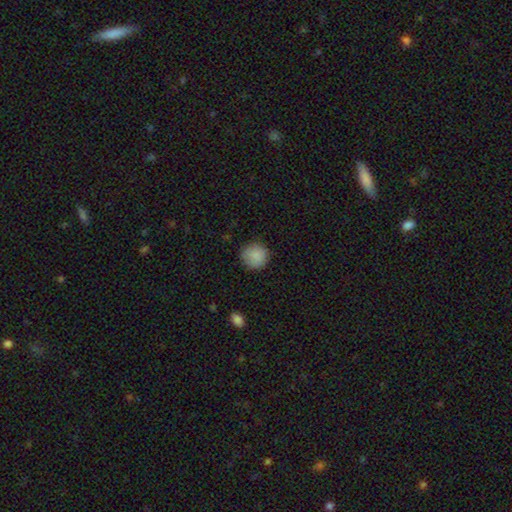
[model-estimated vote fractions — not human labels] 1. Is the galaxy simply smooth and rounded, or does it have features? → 87% smooth, 8% star or artifact, 4% featured or disk.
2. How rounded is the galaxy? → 93% round, 7% in between, 1% cigar-shaped.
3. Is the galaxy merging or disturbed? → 86% none, 10% minor disturbance, 3% major disturbance, 1% merger.